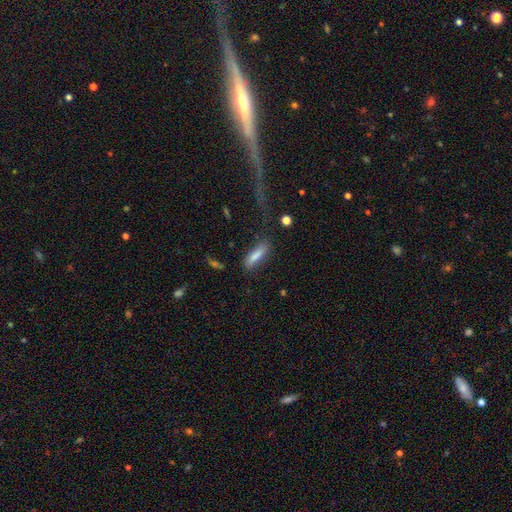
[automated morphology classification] type=smooth (80%); roundness=cigar-shaped (60%); merging=none (73%).